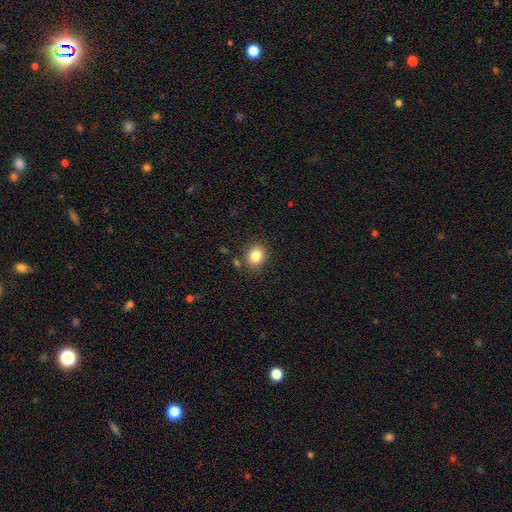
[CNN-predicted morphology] Q: Smooth or featured?
A: smooth (84%); runner-up: star or artifact (10%)
Q: How rounded?
A: round (65%); runner-up: in between (34%)
Q: Merging?
A: none (85%); runner-up: minor disturbance (9%)